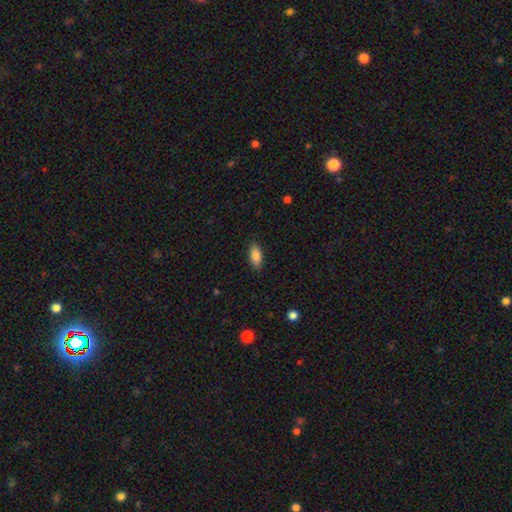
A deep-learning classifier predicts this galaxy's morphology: Q: Smooth or featured?
A: smooth (85%); runner-up: featured or disk (8%)
Q: How rounded?
A: in between (87%); runner-up: cigar-shaped (10%)
Q: Merging?
A: none (87%); runner-up: minor disturbance (10%)